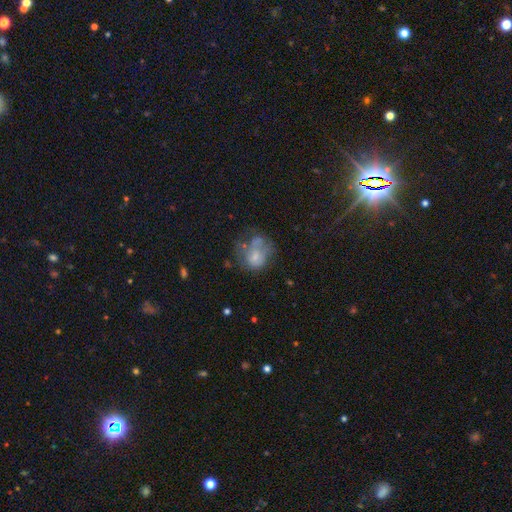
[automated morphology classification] This appears to be a smooth galaxy with no disk features (51%) that is round (52%). Merging: major disturbance (32%).